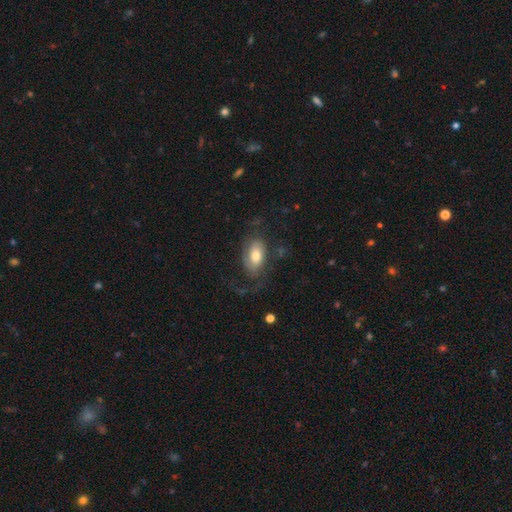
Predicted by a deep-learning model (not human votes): Smooth or featured: featured or disk — 56% (smooth — 36%)
Edge-on disk: no — 93% (yes — 7%)
Bar: no — 66% (weak — 27%)
Spiral arms: yes — 81% (no — 19%)
Bulge size: moderate — 61% (large — 21%)
Merging: none — 52% (major disturbance — 27%)